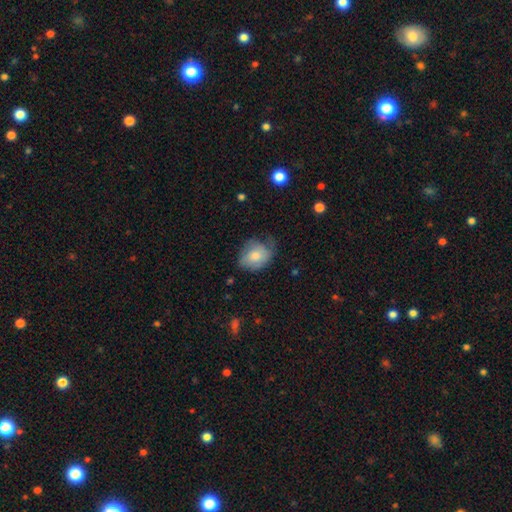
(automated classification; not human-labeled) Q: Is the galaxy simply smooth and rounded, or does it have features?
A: smooth — 69%.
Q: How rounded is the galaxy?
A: round — 53%.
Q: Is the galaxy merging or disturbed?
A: none — 44%.